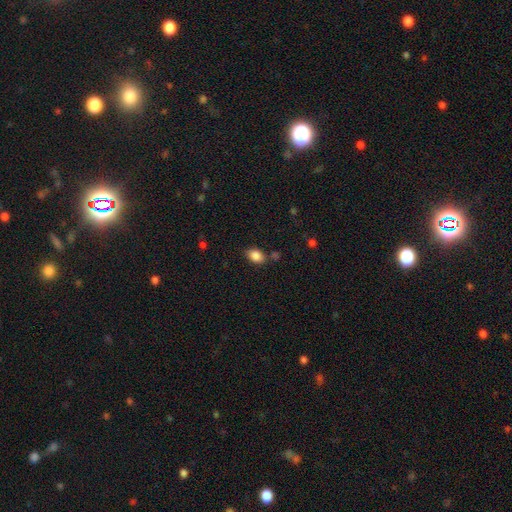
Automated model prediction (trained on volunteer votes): smooth 86%, star or artifact 9%, featured or disk 5%. Down the decision tree: how rounded — in between (80%); merging — none (76%).